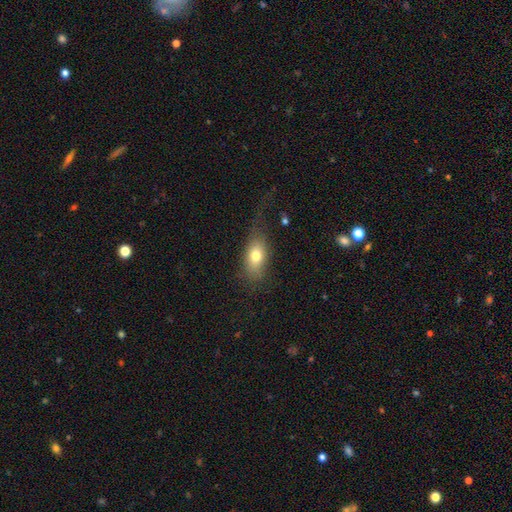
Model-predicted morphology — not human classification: A smooth galaxy with no disk features (74%) that is in between round and cigar-shaped (84%).

Vote fractions:
- Smooth or featured? smooth: 74% / featured or disk: 17% / star or artifact: 9%
- How rounded? in between: 84% / round: 10% / cigar-shaped: 6%
- Merging? none: 59% / minor disturbance: 21% / major disturbance: 18% / merger: 2%